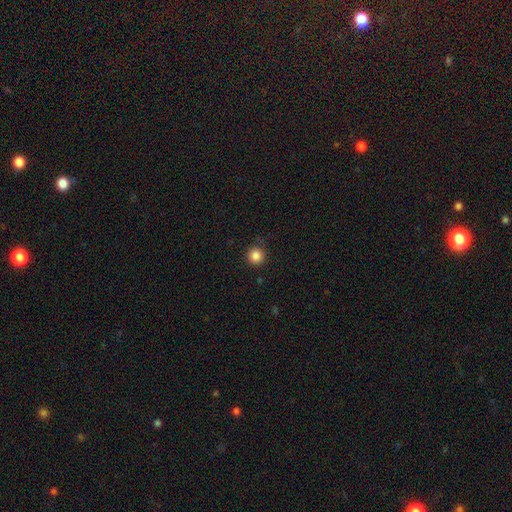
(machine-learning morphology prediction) A smooth galaxy with no disk features (85%) that is round (95%).

Vote fractions:
- Smooth or featured? smooth: 85% / star or artifact: 11% / featured or disk: 4%
- How rounded? round: 95% / in between: 5% / cigar-shaped: 1%
- Merging? none: 85% / minor disturbance: 11% / major disturbance: 3% / merger: 1%